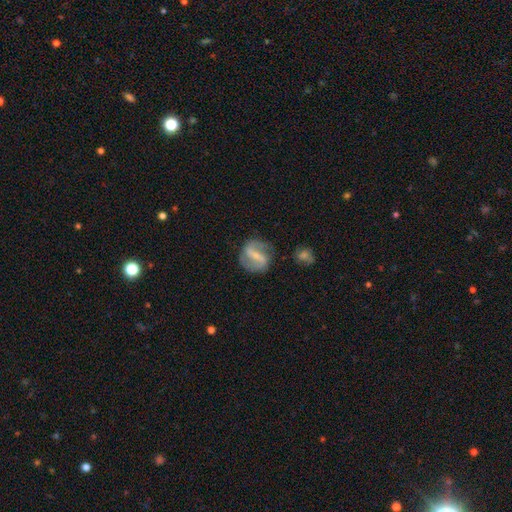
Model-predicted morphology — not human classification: featured or disk 76%, smooth 18%, star or artifact 6%. Down the decision tree: edge-on disk — no (96%); bar — strong (58%); spiral arms — yes (86%); spiral arm count — 2 (87%); spiral winding — medium (43%); bulge size — small (60%); merging — none (72%).